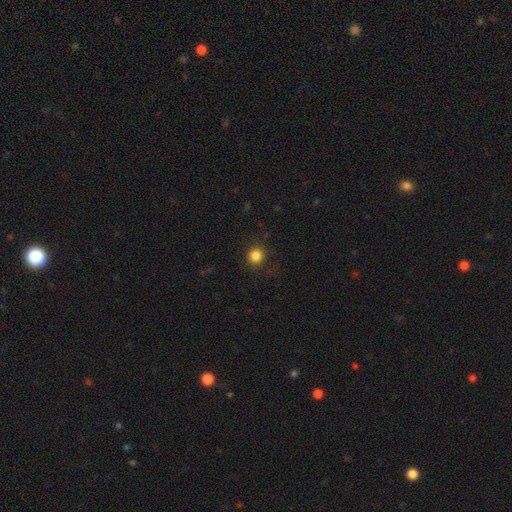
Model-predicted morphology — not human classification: Smooth or featured? Predicted: smooth (p=0.84). How rounded? Predicted: round (p=0.92). Merging? Predicted: none (p=0.89).